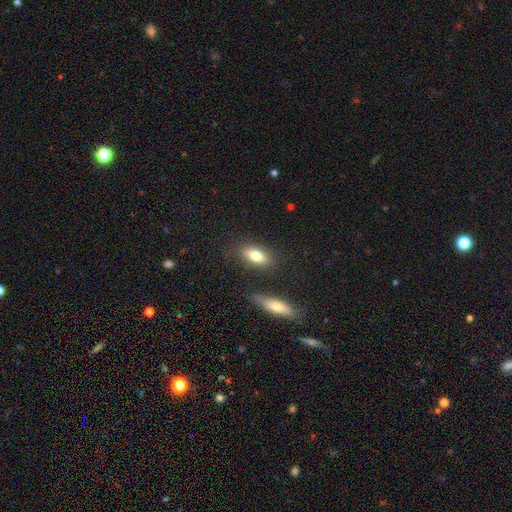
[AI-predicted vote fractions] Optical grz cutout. It shows a smooth galaxy with no disk features (76%) that is in between round and cigar-shaped (81%). Merging: none (79%).